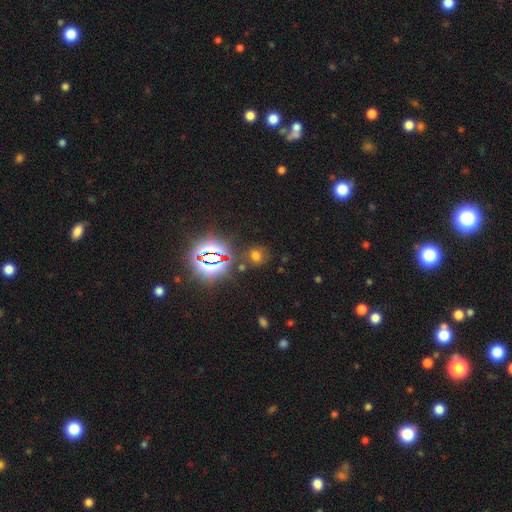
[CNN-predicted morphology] type=smooth (49%); merging=none (73%).